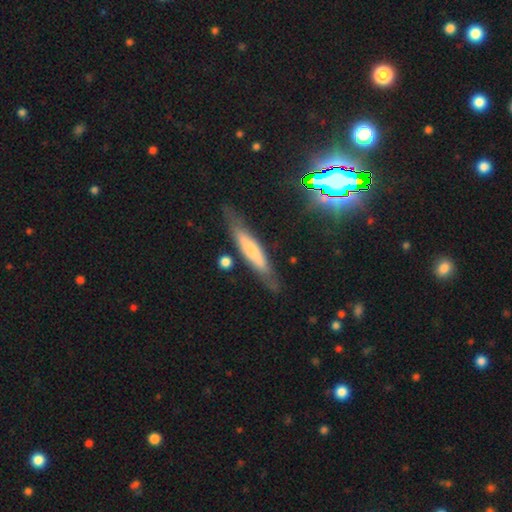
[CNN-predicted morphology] Smooth or featured? smooth (53%)
How rounded? cigar-shaped (81%)
Merging? none (72%)